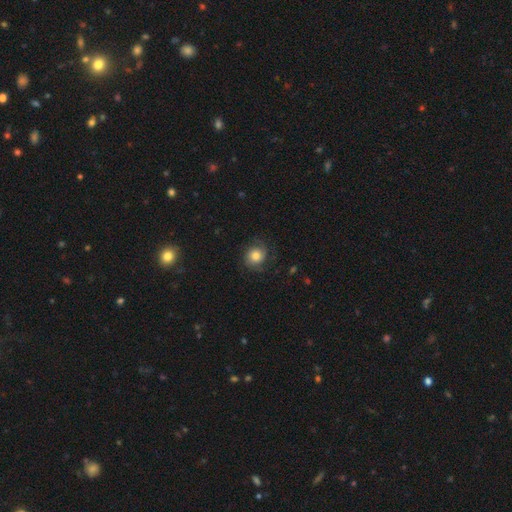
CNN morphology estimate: A smooth galaxy with no disk features (57%) that is round (80%). Merging: none (74%).